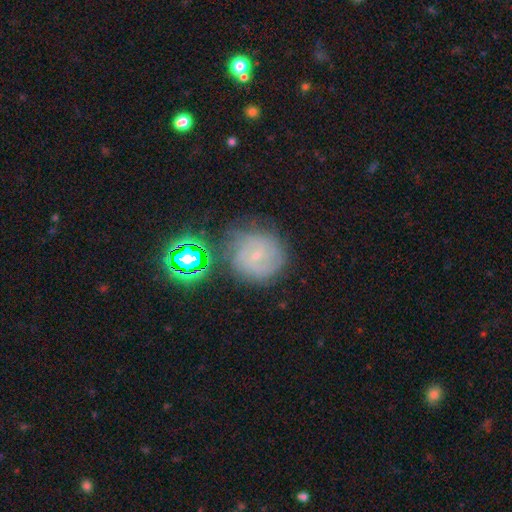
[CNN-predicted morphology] Overall: featured or disk (54%; smooth 28%). Edge-on disk: no (97%). Bar: no (55%; weak 38%). Spiral arms: yes (86%). Bulge size: small (81%). Merging: none (69%).